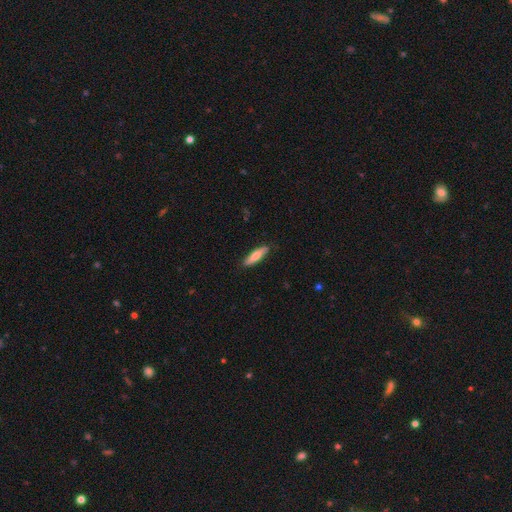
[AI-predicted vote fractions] Overall: smooth (71%). How rounded: cigar-shaped (73%). Merging: none (87%).